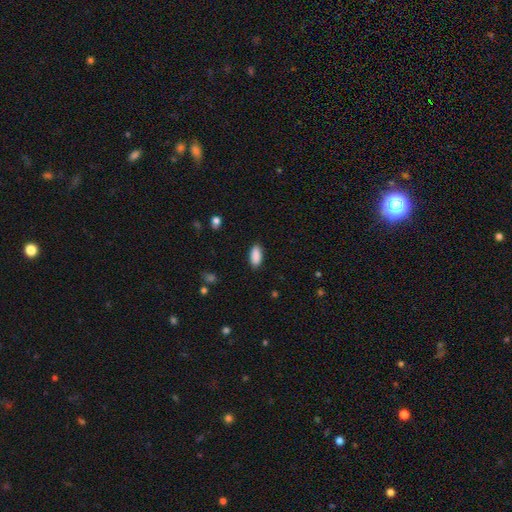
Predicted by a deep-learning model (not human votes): Overall: smooth (90%). How rounded: in between (89%). Merging: none (88%).